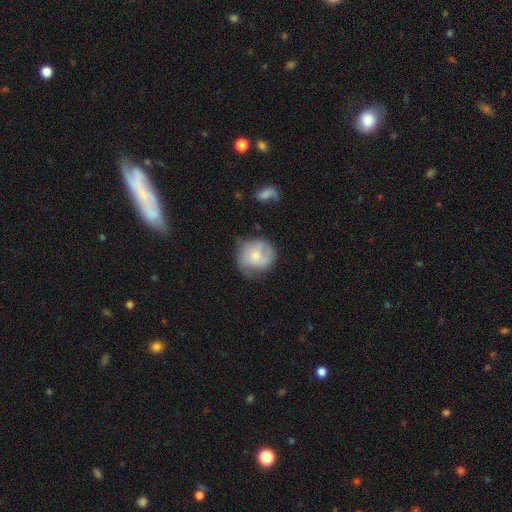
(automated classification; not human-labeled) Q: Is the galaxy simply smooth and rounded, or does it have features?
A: smooth — 52%.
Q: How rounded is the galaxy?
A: round — 84%.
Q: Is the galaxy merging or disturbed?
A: none — 56%.